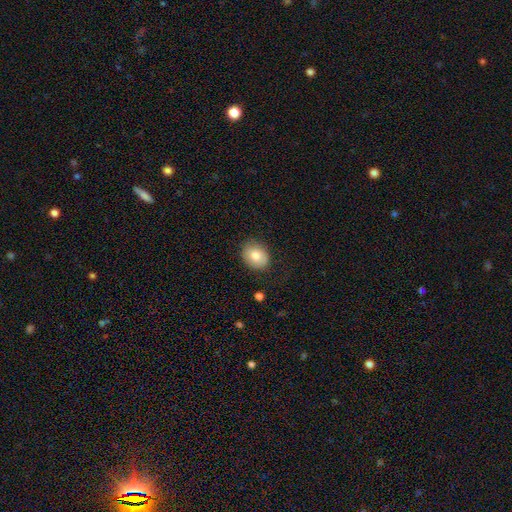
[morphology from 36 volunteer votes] Overall: smooth (92%). How rounded: in between (52%; round 45%). Merging: none (77%).